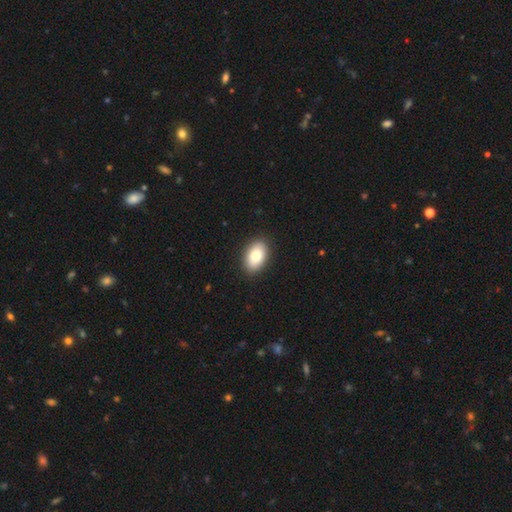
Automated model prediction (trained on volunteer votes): smooth 81%, featured or disk 12%, star or artifact 7%. Down the decision tree: how rounded — in between (90%); merging — none (90%).